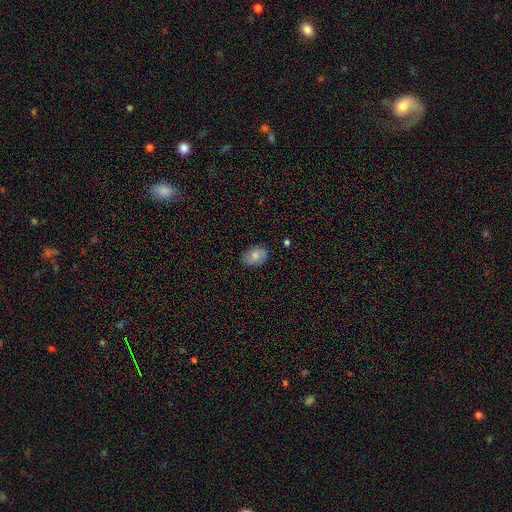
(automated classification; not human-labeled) Overall: smooth (78%). How rounded: in between (80%). Merging: none (80%).